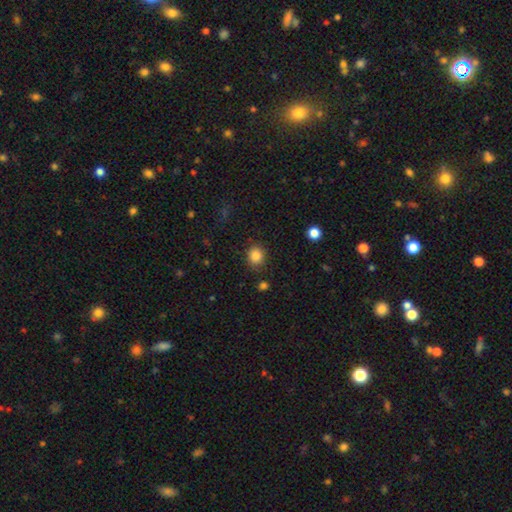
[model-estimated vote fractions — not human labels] smooth_or_featured: smooth (p=0.85) [alt: star or artifact p=0.10]
how_rounded: round (p=0.72) [alt: in between p=0.28]
merging: none (p=0.84) [alt: minor disturbance p=0.11]